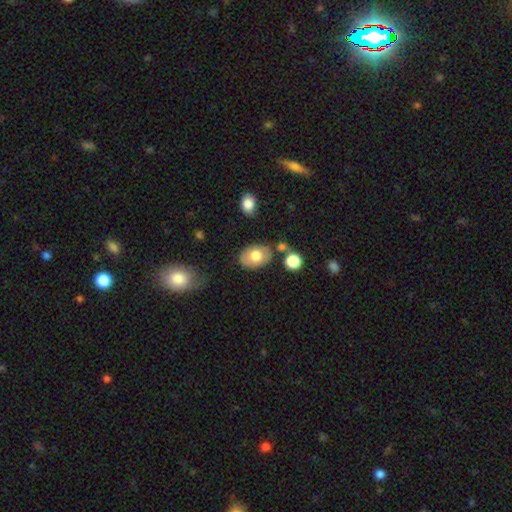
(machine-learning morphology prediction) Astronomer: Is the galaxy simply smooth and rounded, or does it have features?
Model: smooth — 71%.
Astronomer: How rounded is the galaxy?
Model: in between — 85%.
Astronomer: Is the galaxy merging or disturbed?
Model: none — 72%.